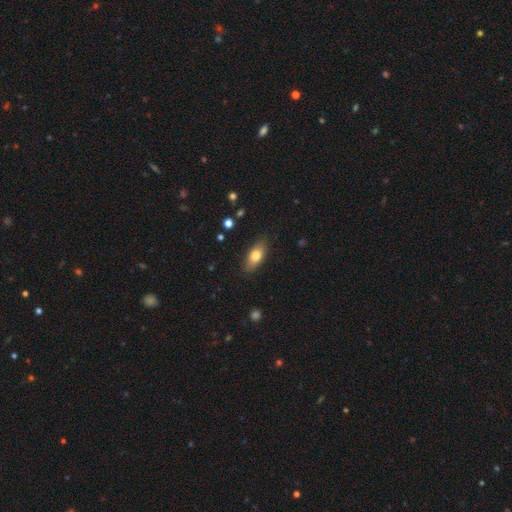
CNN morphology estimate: Smooth or featured: smooth — 75% (featured or disk — 18%)
How rounded: in between — 82% (cigar-shaped — 14%)
Merging: none — 85% (minor disturbance — 11%)